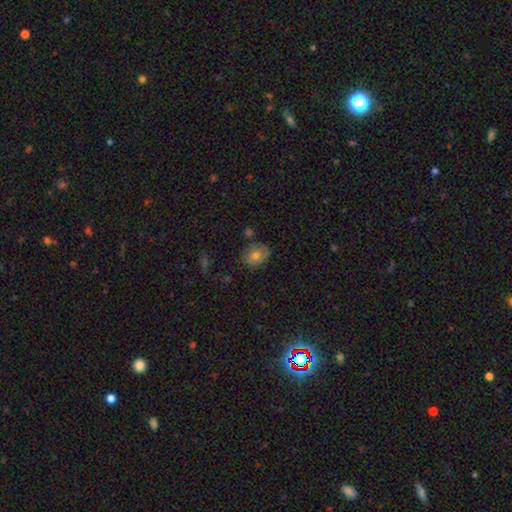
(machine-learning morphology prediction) A smooth galaxy with no disk features (62%) that is in between round and cigar-shaped (50%).

Vote fractions:
- Smooth or featured? smooth: 62% / featured or disk: 24% / star or artifact: 15%
- How rounded? in between: 50% / round: 49% / cigar-shaped: 1%
- Merging? none: 70% / minor disturbance: 20% / major disturbance: 5% / merger: 4%